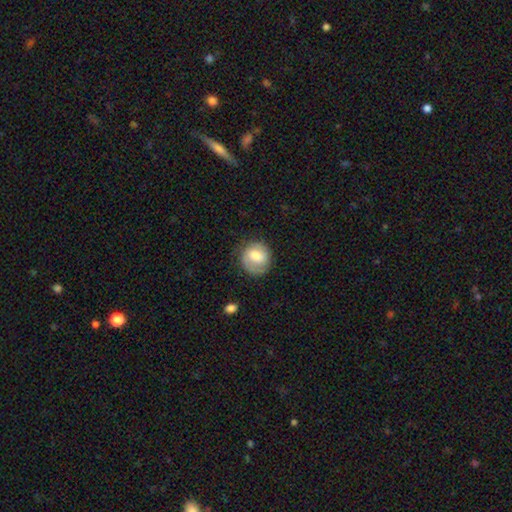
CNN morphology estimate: This is likely a smooth galaxy (62%). How rounded: clearly round (80%). Merging: likely none (71%).